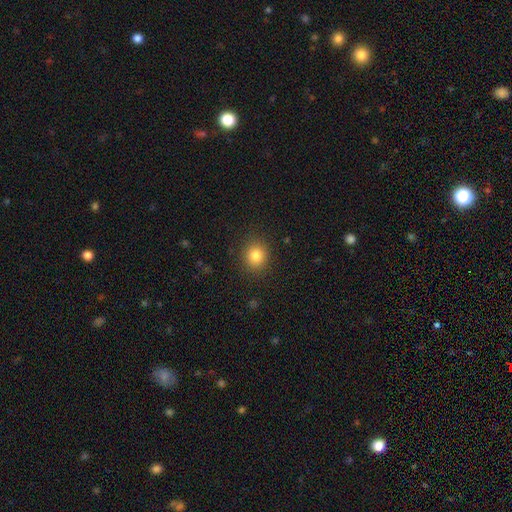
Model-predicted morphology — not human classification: type=smooth (82%); roundness=round (81%); merging=none (89%).